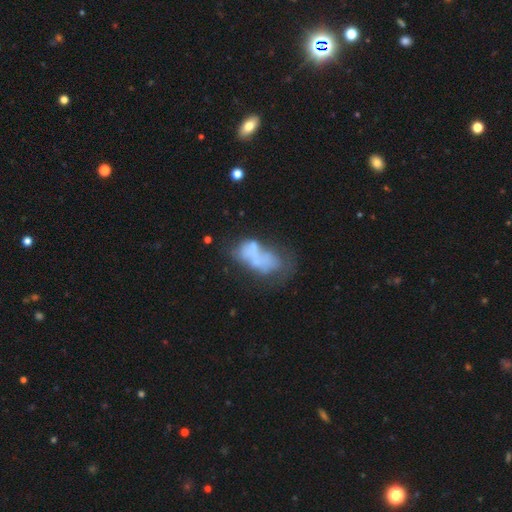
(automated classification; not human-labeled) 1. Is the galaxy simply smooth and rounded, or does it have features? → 45% featured or disk, 43% smooth, 12% star or artifact.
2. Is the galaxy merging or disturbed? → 33% major disturbance, 30% merger, 20% none, 18% minor disturbance.